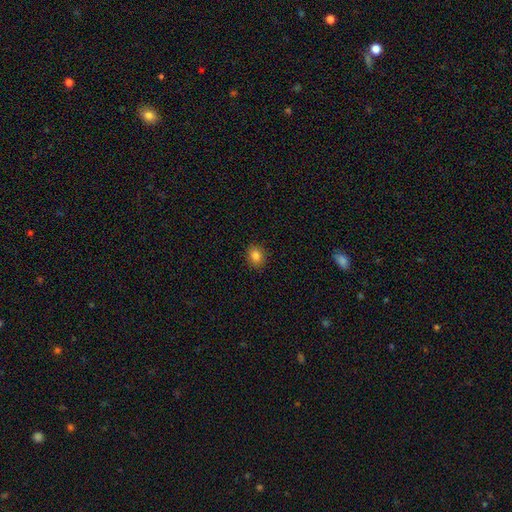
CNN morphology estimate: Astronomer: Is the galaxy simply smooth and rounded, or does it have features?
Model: smooth — 83%.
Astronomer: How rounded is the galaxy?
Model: round — 63%.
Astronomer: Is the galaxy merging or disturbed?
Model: none — 90%.